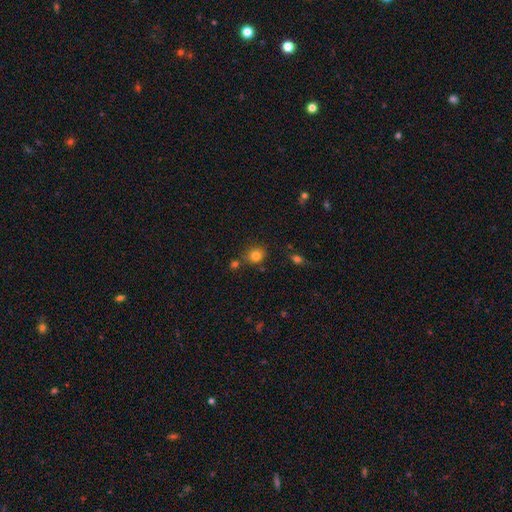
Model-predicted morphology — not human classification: A smooth galaxy with no disk features (81%) that is round (76%).

Vote fractions:
- Smooth or featured? smooth: 81% / star or artifact: 13% / featured or disk: 6%
- How rounded? round: 76% / in between: 23% / cigar-shaped: 1%
- Merging? none: 74% / minor disturbance: 13% / merger: 9% / major disturbance: 4%